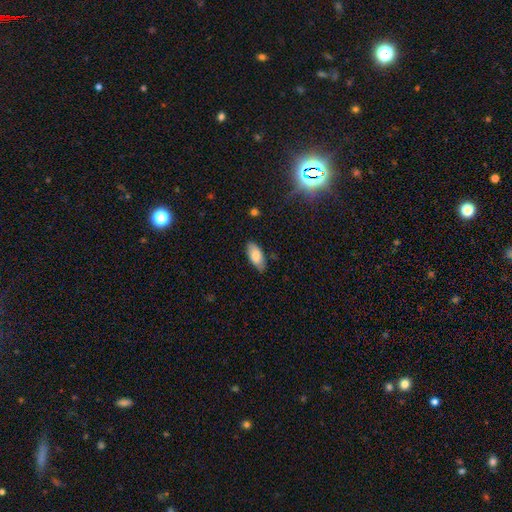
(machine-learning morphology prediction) Smooth or featured?
  - smooth: 82% *
  - featured or disk: 11%
  - star or artifact: 7%
How rounded?
  - in between: 89% *
  - cigar-shaped: 9%
  - round: 2%
Merging?
  - none: 81% *
  - minor disturbance: 15%
  - major disturbance: 3%
  - merger: 1%